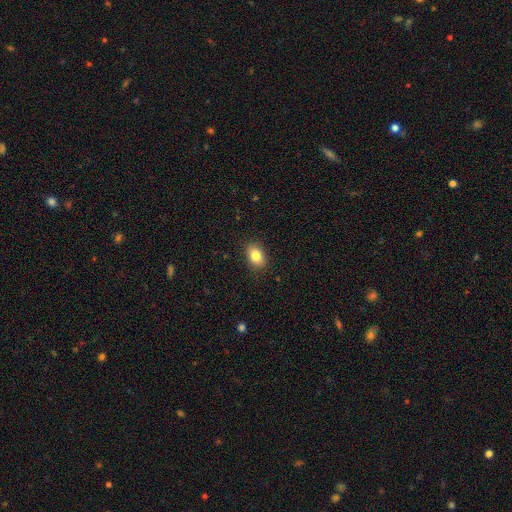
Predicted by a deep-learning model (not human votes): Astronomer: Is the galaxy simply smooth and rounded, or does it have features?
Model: smooth — 83%.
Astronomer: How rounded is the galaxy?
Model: in between — 81%.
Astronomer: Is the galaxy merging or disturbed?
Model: none — 88%.